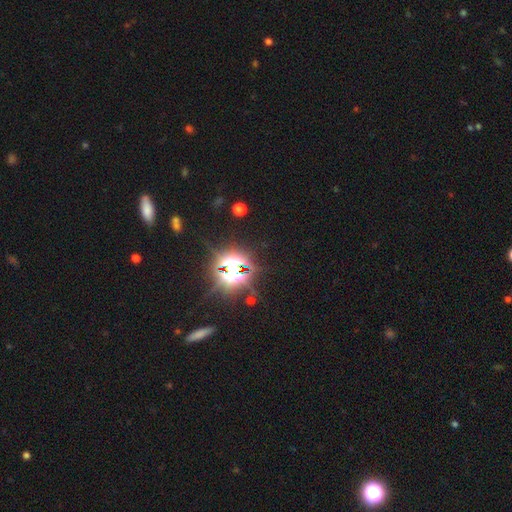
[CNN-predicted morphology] A star or artifact, not a galaxy (81%).

Vote fractions:
- Smooth or featured? star or artifact: 81% / smooth: 12% / featured or disk: 6%